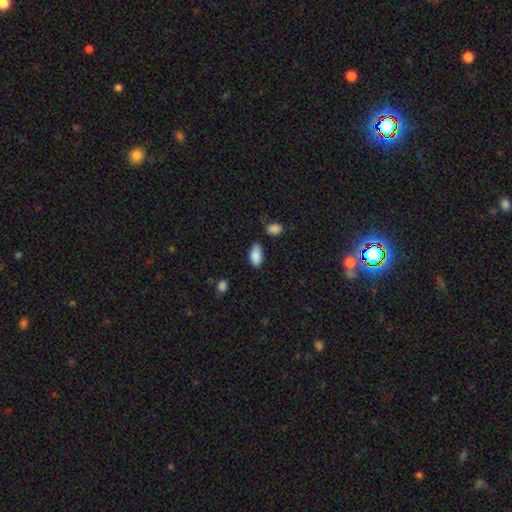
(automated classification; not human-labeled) Morphology: type=smooth (88%); roundness=in between (93%); merging=none (71%).